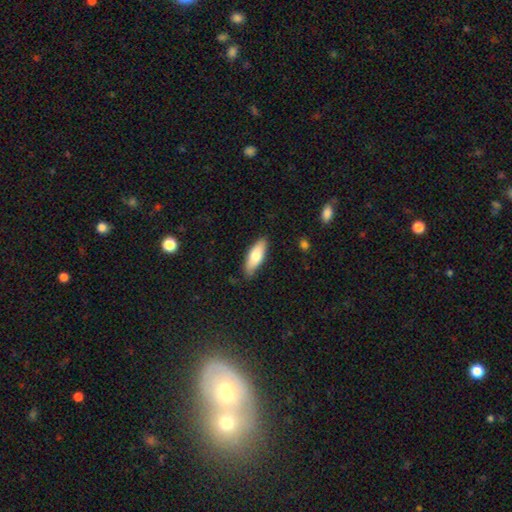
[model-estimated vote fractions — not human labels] This is likely a smooth galaxy (73%). How rounded: likely in between (64%). Merging: clearly none (84%).